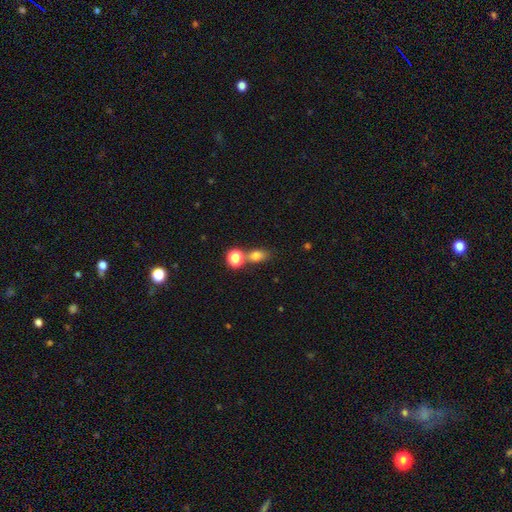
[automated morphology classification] A smooth galaxy with no disk features (76%) that is in between round and cigar-shaped (64%). Merging: none (52%).